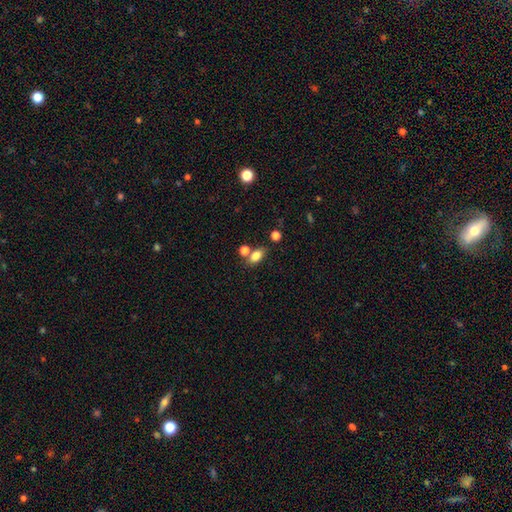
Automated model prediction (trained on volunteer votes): This appears to be a smooth galaxy with no disk features (81%) that is in between round and cigar-shaped (83%). Merging: none (62%).